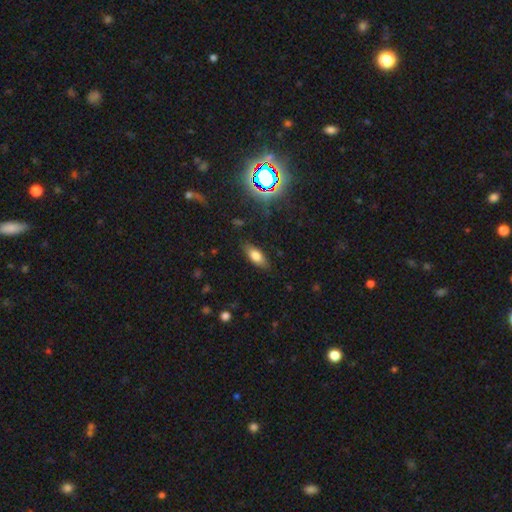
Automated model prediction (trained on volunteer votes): Q: Smooth or featured?
A: smooth (73%); runner-up: featured or disk (15%)
Q: How rounded?
A: in between (79%); runner-up: cigar-shaped (18%)
Q: Merging?
A: none (84%); runner-up: minor disturbance (11%)